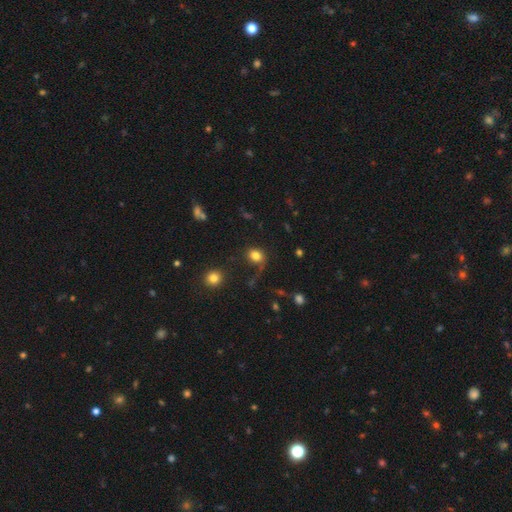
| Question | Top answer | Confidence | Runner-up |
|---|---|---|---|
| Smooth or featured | smooth | 85% | star or artifact (10%) |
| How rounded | round | 65% | in between (35%) |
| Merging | none | 56% | minor disturbance (28%) |